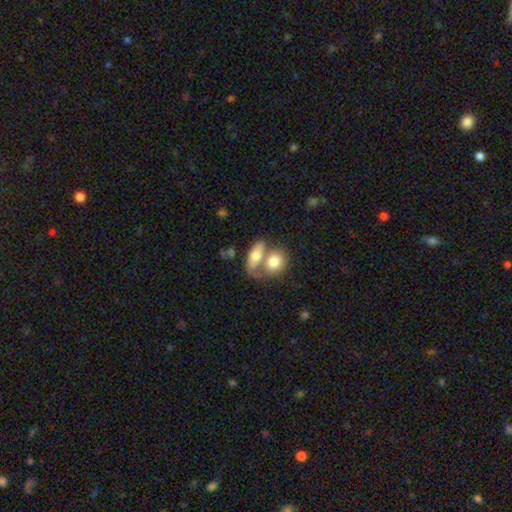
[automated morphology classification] Smooth or featured?
  - smooth: 68% *
  - featured or disk: 25%
  - star or artifact: 7%
How rounded?
  - in between: 74% *
  - round: 14%
  - cigar-shaped: 12%
Merging?
  - merger: 57% *
  - none: 29%
  - minor disturbance: 9%
  - major disturbance: 5%